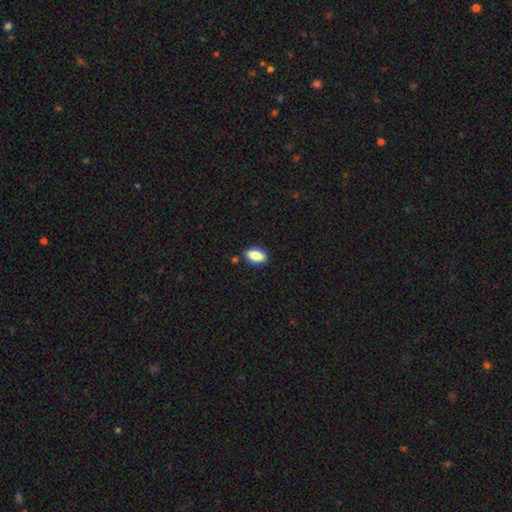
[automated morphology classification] smooth-or-featured: smooth: 86% | star or artifact: 7% | featured or disk: 6%
  how-rounded: in between: 91% | round: 5% | cigar-shaped: 4%
  merging: none: 87% | minor disturbance: 10% | major disturbance: 2% | merger: 2%